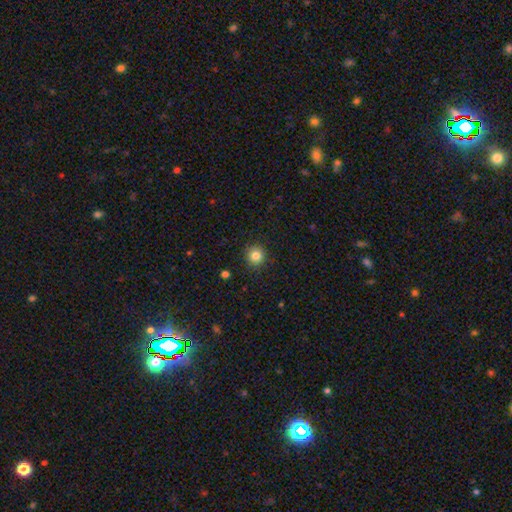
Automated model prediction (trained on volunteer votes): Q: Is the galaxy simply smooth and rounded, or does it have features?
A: smooth — 83%.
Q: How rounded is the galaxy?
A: round — 93%.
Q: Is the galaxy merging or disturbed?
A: none — 91%.